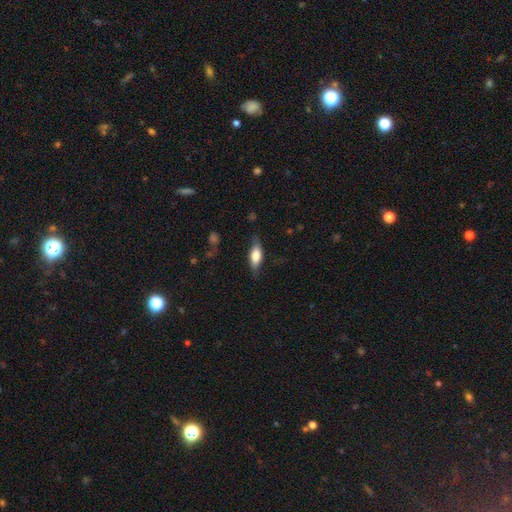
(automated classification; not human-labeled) smooth 70%, featured or disk 23%, star or artifact 6%. Down the decision tree: how rounded — in between (70%); merging — none (75%).